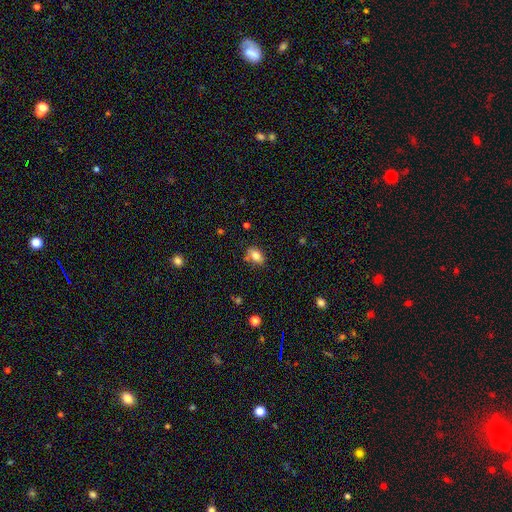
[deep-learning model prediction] Morphology: type=smooth (80%); roundness=in between (83%); merging=none (66%).